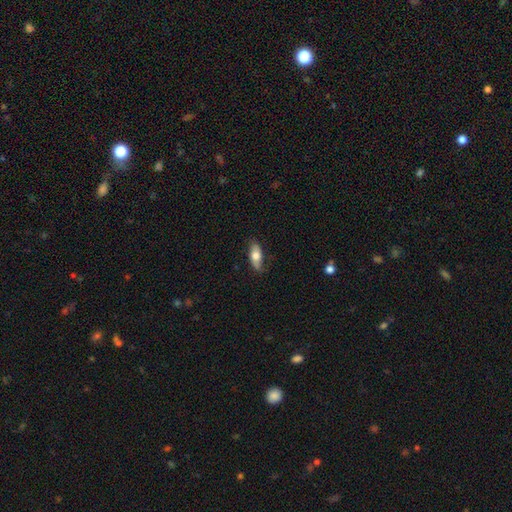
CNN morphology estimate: The model was most divided on "smooth or featured": smooth: 62%, featured or disk: 32%, star or artifact: 6%. More confident: merging — none (78%); how rounded — in between (76%).